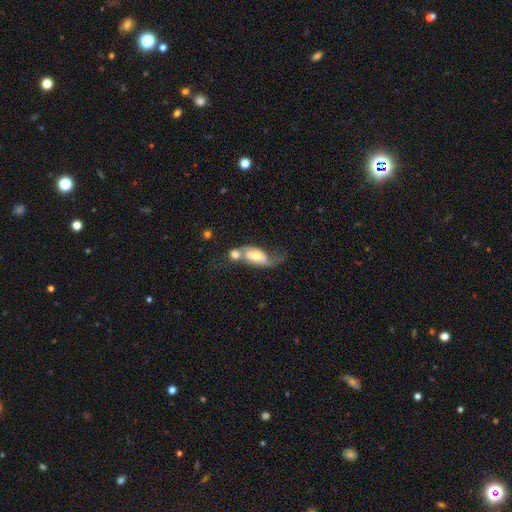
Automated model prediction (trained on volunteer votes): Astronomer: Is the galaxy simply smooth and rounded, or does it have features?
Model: featured or disk — 52% (runner-up: smooth, 40%).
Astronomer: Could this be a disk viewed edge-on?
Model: no — 87%.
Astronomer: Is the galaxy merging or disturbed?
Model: merger — 44% (runner-up: major disturbance, 21%).